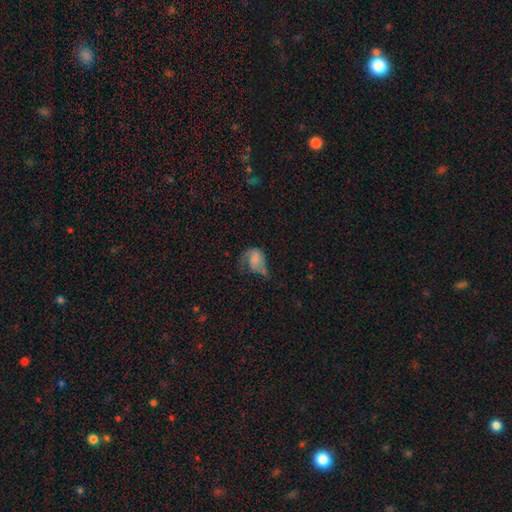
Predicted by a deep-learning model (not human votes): The model was most divided on "smooth or featured": smooth: 45%, featured or disk: 40%, star or artifact: 15%. Remaining: merging — major disturbance (49%).